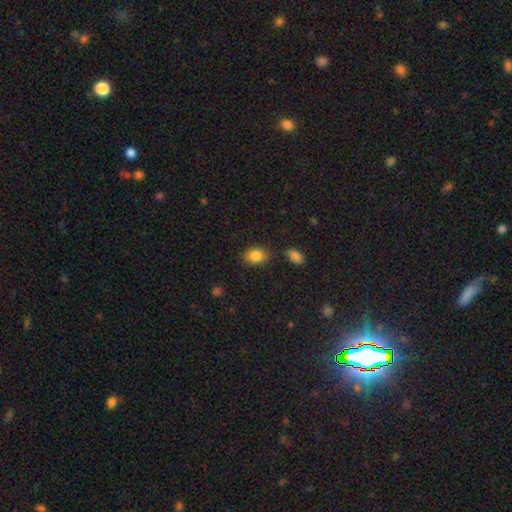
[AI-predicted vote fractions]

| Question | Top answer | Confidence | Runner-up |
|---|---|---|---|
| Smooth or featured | smooth | 85% | star or artifact (8%) |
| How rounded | in between | 78% | round (21%) |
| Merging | none | 81% | minor disturbance (12%) |